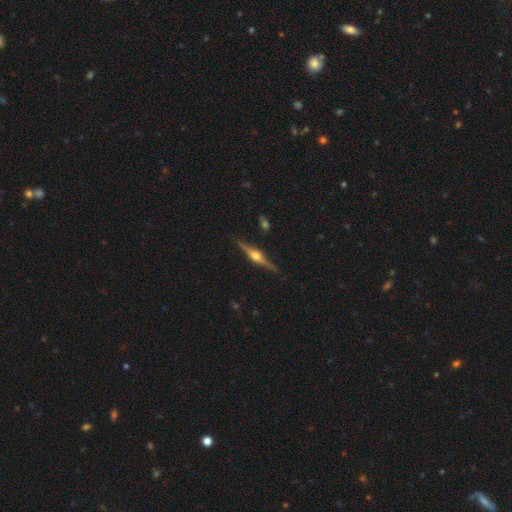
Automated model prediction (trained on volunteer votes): Smooth or featured? Predicted: featured or disk (p=0.84). Edge-on disk? Predicted: yes (p=0.98). Edge-on bulge? Predicted: rounded (p=0.95). Merging? Predicted: none (p=0.89).